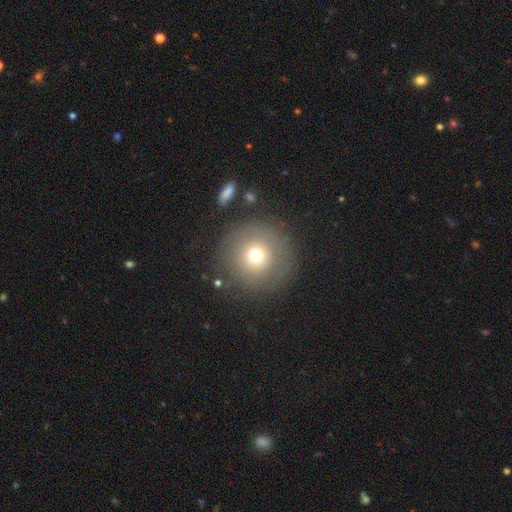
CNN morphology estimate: Smooth or featured? Predicted: smooth (p=0.68). How rounded? Predicted: round (p=0.96). Merging? Predicted: none (p=0.82).